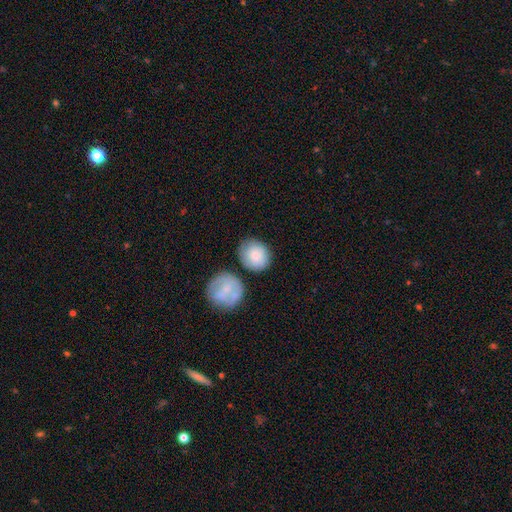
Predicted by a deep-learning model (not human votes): A smooth galaxy with no disk features (81%) that is round (74%).

Vote fractions:
- Smooth or featured? smooth: 81% / featured or disk: 13% / star or artifact: 6%
- How rounded? round: 74% / in between: 25% / cigar-shaped: 1%
- Merging? none: 67% / minor disturbance: 17% / merger: 11% / major disturbance: 5%